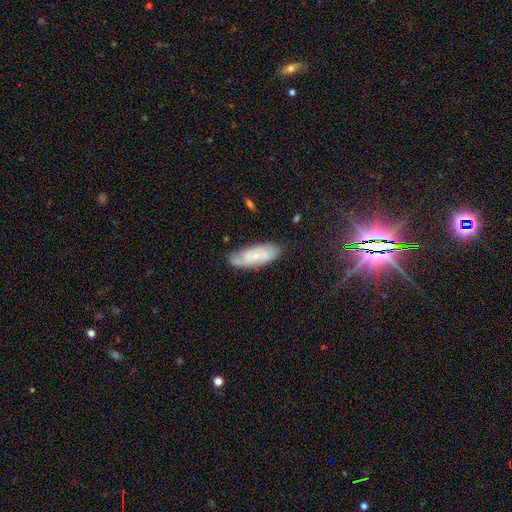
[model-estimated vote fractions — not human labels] smooth-or-featured: smooth: 50% | featured or disk: 41% | star or artifact: 8%
  how-rounded: in between: 65% | cigar-shaped: 33% | round: 2%
  merging: none: 70% | minor disturbance: 23% | major disturbance: 5% | merger: 3%